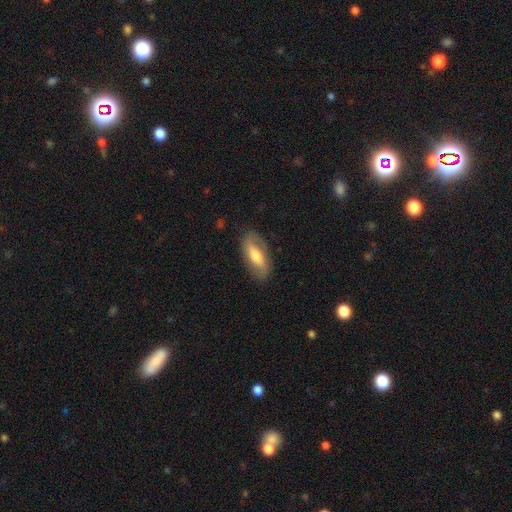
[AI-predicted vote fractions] Morphology: type=smooth (49%); merging=none (81%).